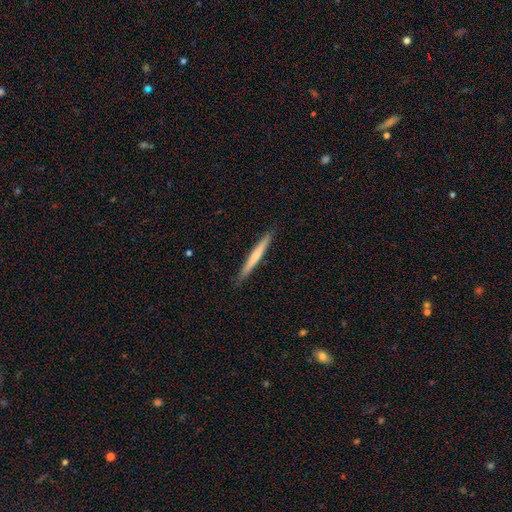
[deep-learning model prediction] Smooth or featured?
  - smooth: 56% *
  - featured or disk: 39%
  - star or artifact: 5%
How rounded?
  - cigar-shaped: 97% *
  - in between: 2%
  - round: 1%
Merging?
  - none: 90% *
  - minor disturbance: 7%
  - major disturbance: 1%
  - merger: 1%